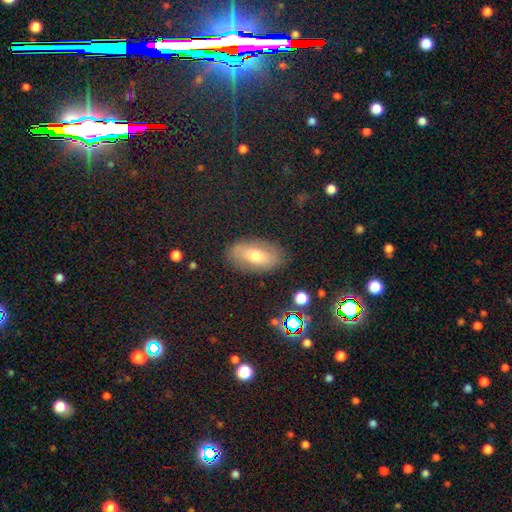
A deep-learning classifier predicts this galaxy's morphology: Smooth or featured?
  - smooth: 59% *
  - featured or disk: 30%
  - star or artifact: 11%
How rounded?
  - in between: 91% *
  - round: 5%
  - cigar-shaped: 4%
Merging?
  - none: 82% *
  - minor disturbance: 13%
  - major disturbance: 4%
  - merger: 1%